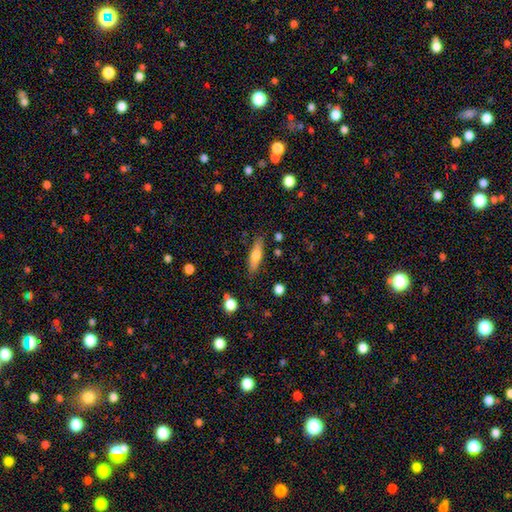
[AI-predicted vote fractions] A smooth galaxy with no disk features (63%) that is cigar-shaped (60%).

Vote fractions:
- Smooth or featured? smooth: 63% / featured or disk: 30% / star or artifact: 7%
- How rounded? cigar-shaped: 60% / in between: 38% / round: 3%
- Merging? none: 83% / minor disturbance: 11% / major disturbance: 3% / merger: 3%